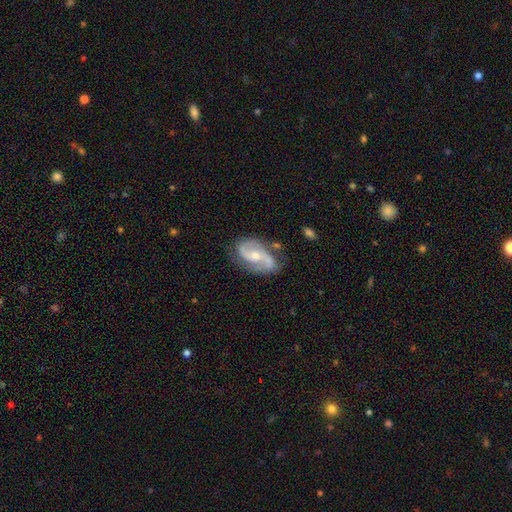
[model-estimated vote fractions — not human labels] This is clearly a featured or disk galaxy (89%). It is clearly not viewed edge-on (97%). Bar: marginally no (44%). Spiral arm pattern: clearly yes (97%). Spiral arm count: clearly 2 (92%). Spiral winding: possibly medium (50%). Central bulge: possibly moderate (49%). Merging: likely none (72%).